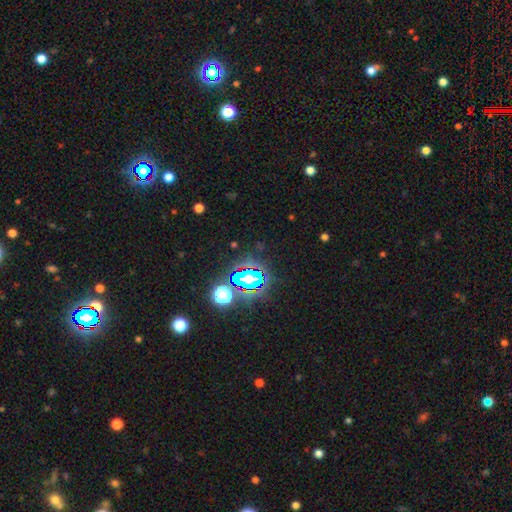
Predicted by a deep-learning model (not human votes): A star or artifact, not a galaxy (80%).

Vote fractions:
- Smooth or featured? star or artifact: 80% / smooth: 12% / featured or disk: 8%